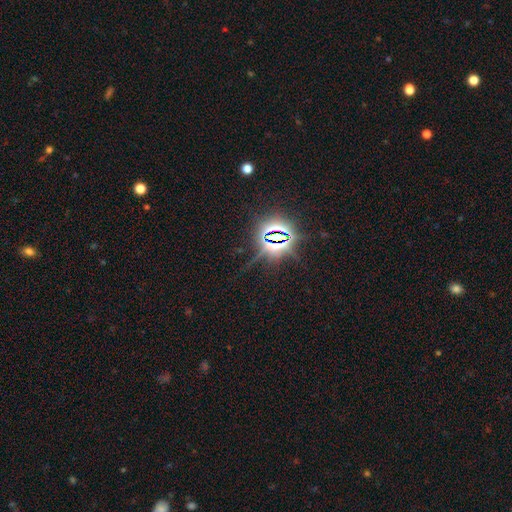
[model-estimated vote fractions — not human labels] Smooth or featured?
  - star or artifact: 83% *
  - smooth: 10%
  - featured or disk: 7%